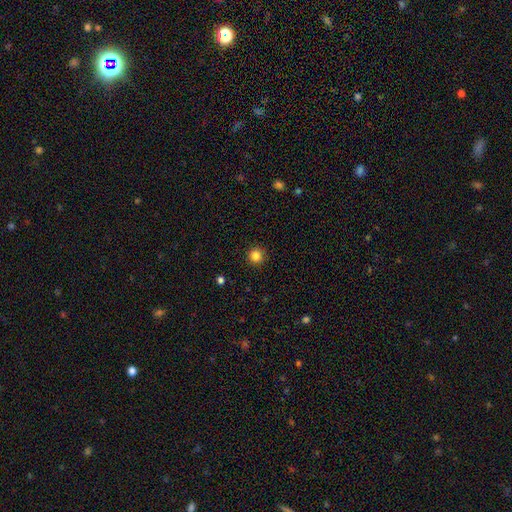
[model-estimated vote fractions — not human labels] The model was most divided on "smooth or featured": smooth: 84%, star or artifact: 12%, featured or disk: 4%. More confident: how rounded — round (95%); merging — none (92%).